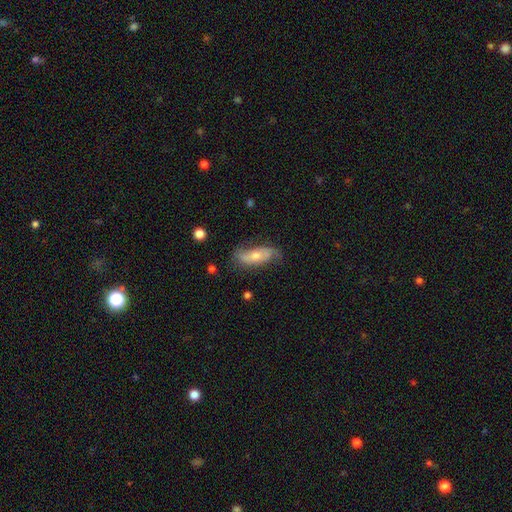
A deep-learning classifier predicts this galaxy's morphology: type=featured or disk (54%); edge-on=no (82%); merging=none (62%).